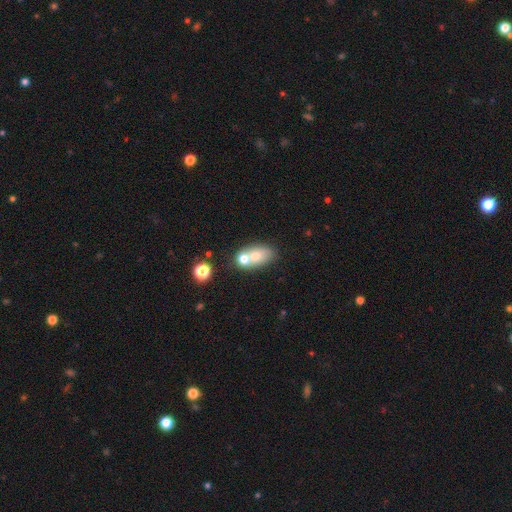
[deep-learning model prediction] The model was most divided on "merging": merger: 48%, none: 37%, minor disturbance: 10%, major disturbance: 4%. More confident: how rounded — in between (77%); smooth or featured — smooth (68%).